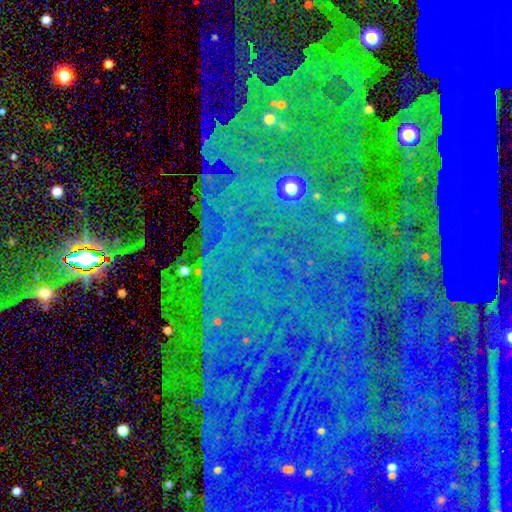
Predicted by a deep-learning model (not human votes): Smooth or featured?
  - star or artifact: 83% *
  - featured or disk: 10%
  - smooth: 8%